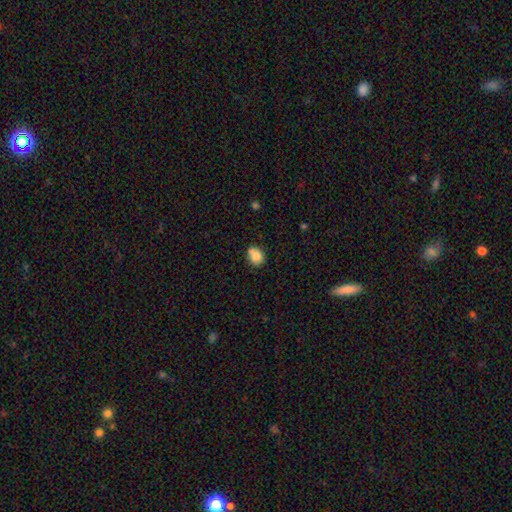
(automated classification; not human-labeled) This appears to be a smooth galaxy with no disk features (82%) that is round (57%). Merging: none (58%).